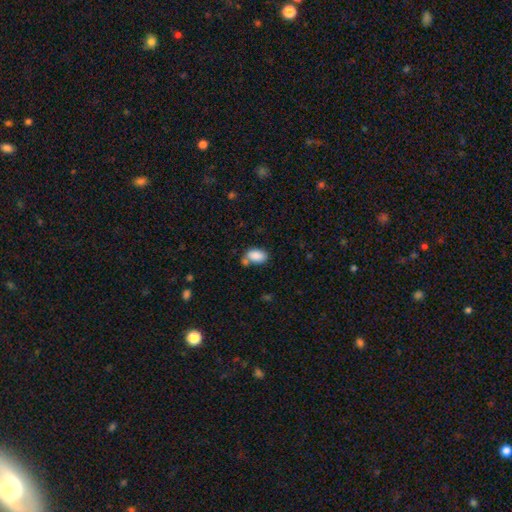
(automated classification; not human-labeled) The model was most divided on "merging": none: 55%, merger: 22%, minor disturbance: 17%, major disturbance: 5%. More confident: how rounded — in between (91%); smooth or featured — smooth (87%).